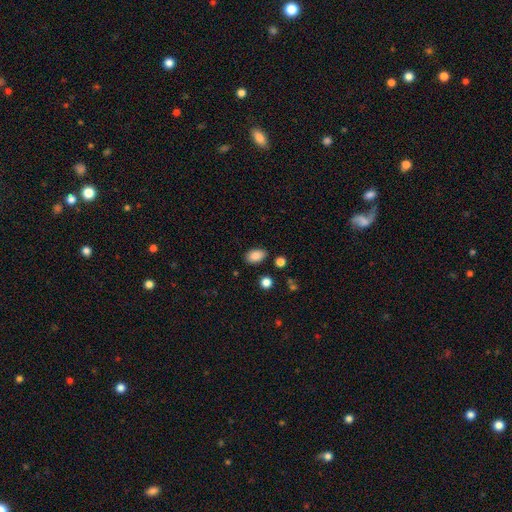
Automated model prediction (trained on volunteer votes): Smooth or featured?
  - smooth: 87% *
  - star or artifact: 9%
  - featured or disk: 4%
How rounded?
  - in between: 88% *
  - round: 11%
  - cigar-shaped: 1%
Merging?
  - none: 84% *
  - minor disturbance: 11%
  - major disturbance: 3%
  - merger: 3%